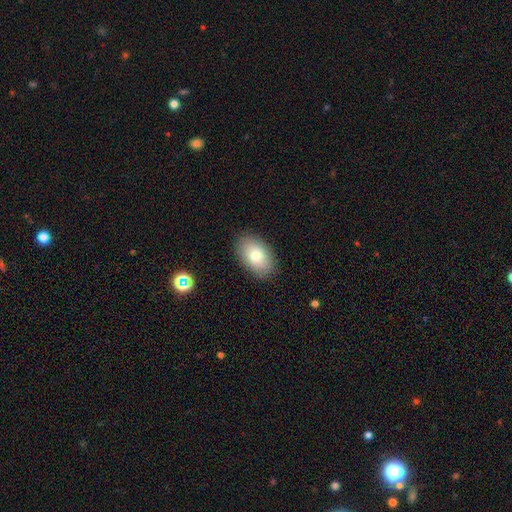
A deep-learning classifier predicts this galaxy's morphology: Smooth or featured: smooth — 77% (featured or disk — 14%)
How rounded: in between — 90% (round — 9%)
Merging: none — 88% (minor disturbance — 9%)